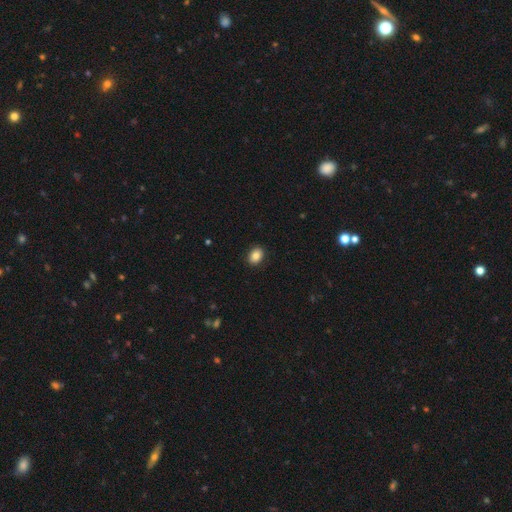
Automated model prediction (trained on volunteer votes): Overall: smooth (85%). How rounded: in between (70%). Merging: none (90%).